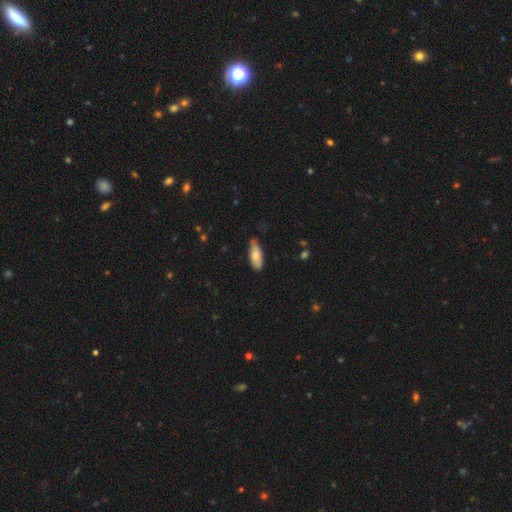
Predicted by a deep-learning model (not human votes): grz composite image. It shows a smooth galaxy with no disk features (78%) that is in between round and cigar-shaped (74%). Merging: none (67%).